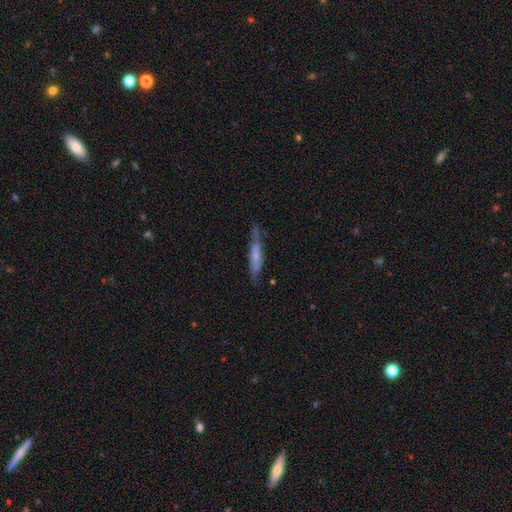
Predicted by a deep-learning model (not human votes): Overall: featured or disk (48%; smooth 46%). Merging: none (67%).